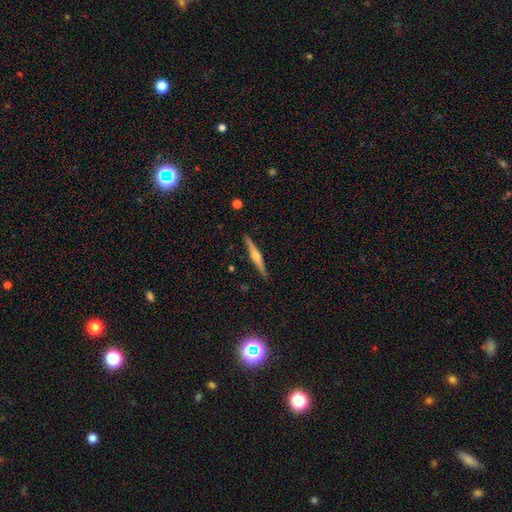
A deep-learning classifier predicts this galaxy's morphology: Smooth or featured?
  - featured or disk: 72% *
  - smooth: 23%
  - star or artifact: 6%
Edge-on disk?
  - yes: 98% *
  - no: 2%
Edge-on bulge?
  - rounded: 90% *
  - boxy: 5%
  - none: 5%
Merging?
  - none: 90% *
  - minor disturbance: 7%
  - major disturbance: 1%
  - merger: 1%